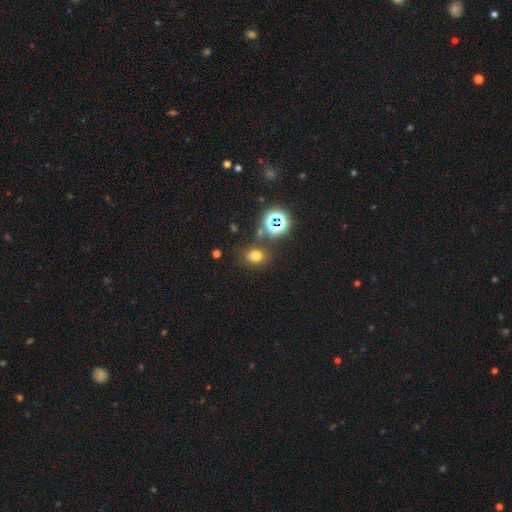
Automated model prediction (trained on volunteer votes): smooth-or-featured: smooth: 66% | star or artifact: 25% | featured or disk: 8%
  how-rounded: round: 55% | in between: 44% | cigar-shaped: 1%
  merging: none: 77% | minor disturbance: 11% | merger: 7% | major disturbance: 4%